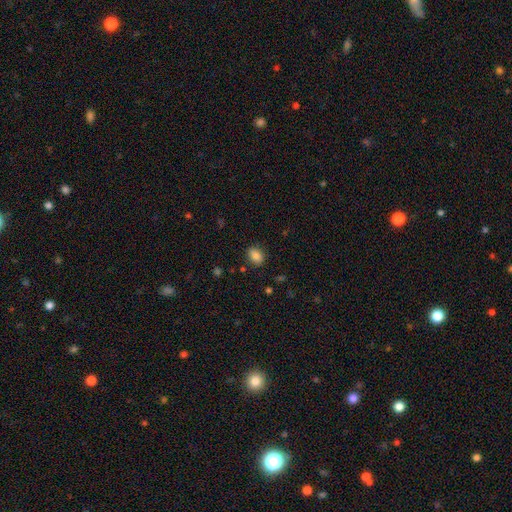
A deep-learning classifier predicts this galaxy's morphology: This appears to be a smooth galaxy with no disk features (86%) that is in between round and cigar-shaped (72%). Merging: none (85%).